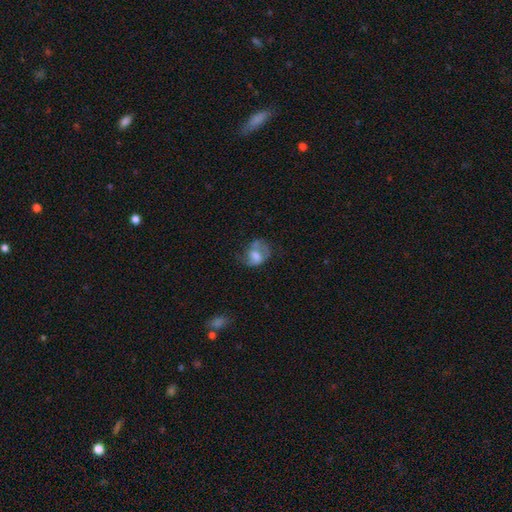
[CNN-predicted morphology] Q: Smooth or featured?
A: smooth (49%); runner-up: featured or disk (42%)
Q: Merging?
A: none (38%); runner-up: major disturbance (29%)